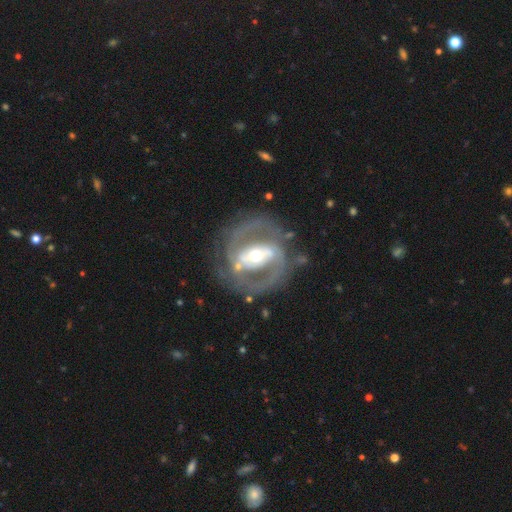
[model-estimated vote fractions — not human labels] Morphology: type=featured or disk (89%); edge-on=no (97%); bar=strong (53%); spiral arms=yes (92%); winding=medium (49%); arm count=2 (85%); bulge=moderate (63%); merging=none (76%).